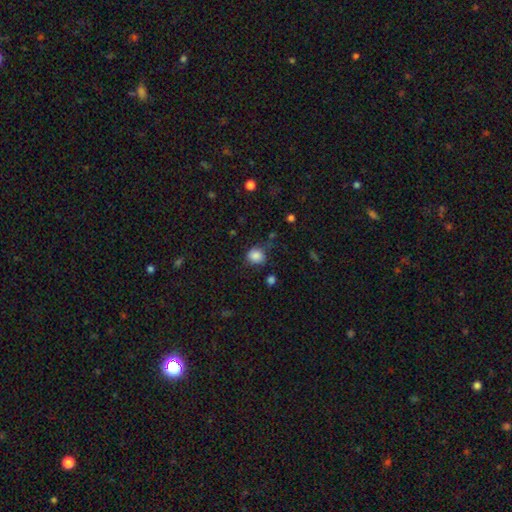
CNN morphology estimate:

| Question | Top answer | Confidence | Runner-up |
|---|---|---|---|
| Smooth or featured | smooth | 85% | star or artifact (10%) |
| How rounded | round | 74% | in between (25%) |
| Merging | none | 72% | minor disturbance (20%) |